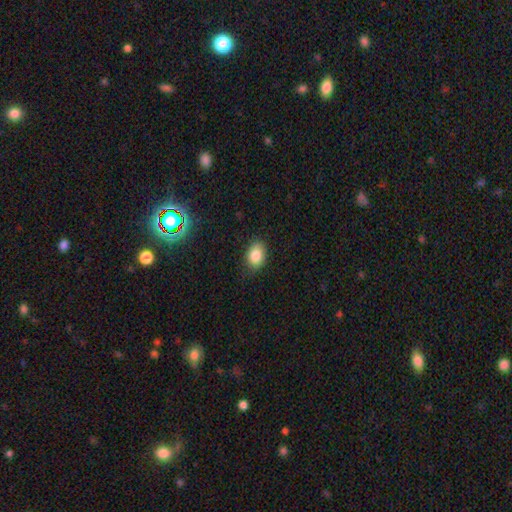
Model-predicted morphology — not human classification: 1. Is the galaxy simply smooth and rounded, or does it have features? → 83% smooth, 9% star or artifact, 7% featured or disk.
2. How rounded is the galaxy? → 73% in between, 26% round, 1% cigar-shaped.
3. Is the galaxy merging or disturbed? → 79% none, 16% minor disturbance, 3% major disturbance, 1% merger.